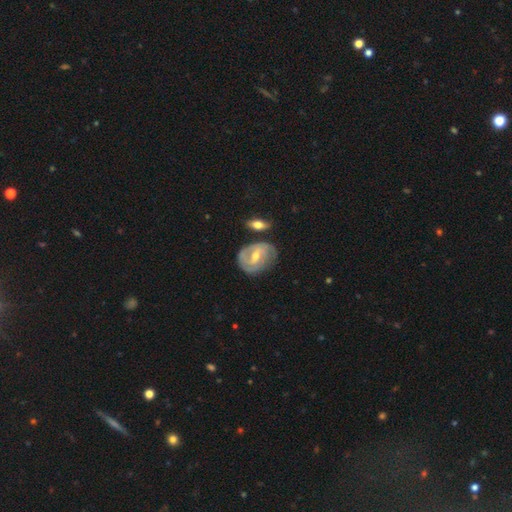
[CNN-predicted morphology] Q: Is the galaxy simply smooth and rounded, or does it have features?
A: featured or disk — 74%.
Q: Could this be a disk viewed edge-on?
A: no — 95%.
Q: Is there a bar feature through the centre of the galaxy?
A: weak — 48%.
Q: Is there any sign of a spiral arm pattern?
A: yes — 83%.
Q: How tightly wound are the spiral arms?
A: tight — 51%.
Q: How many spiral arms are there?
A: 2 — 52%.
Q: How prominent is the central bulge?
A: moderate — 57%.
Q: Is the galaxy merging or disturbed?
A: none — 64%.